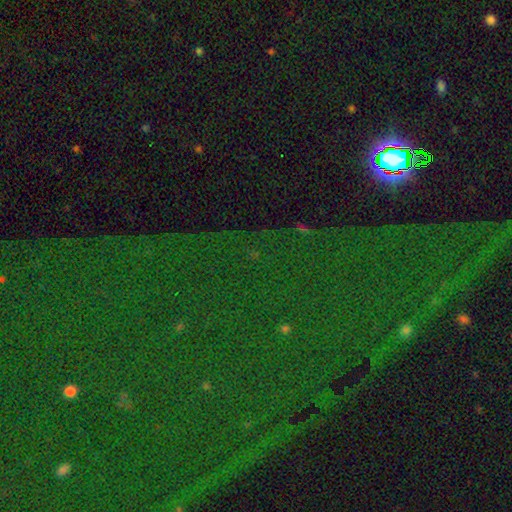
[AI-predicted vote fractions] Smooth or featured? Predicted: star or artifact (p=0.84).